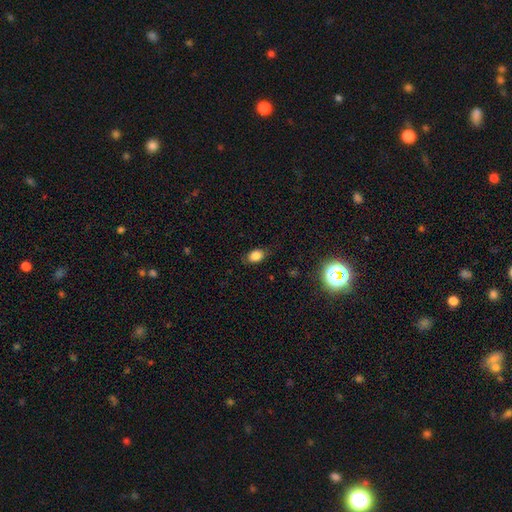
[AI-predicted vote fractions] Smooth or featured? smooth (82%)
How rounded? in between (76%)
Merging? none (78%)